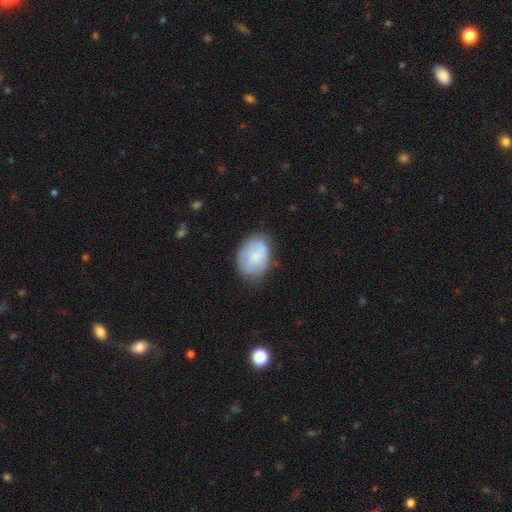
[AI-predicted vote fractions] smooth-or-featured: smooth: 67% | featured or disk: 25% | star or artifact: 7%
  how-rounded: in between: 75% | round: 24% | cigar-shaped: 1%
  merging: none: 63% | minor disturbance: 26% | major disturbance: 8% | merger: 3%